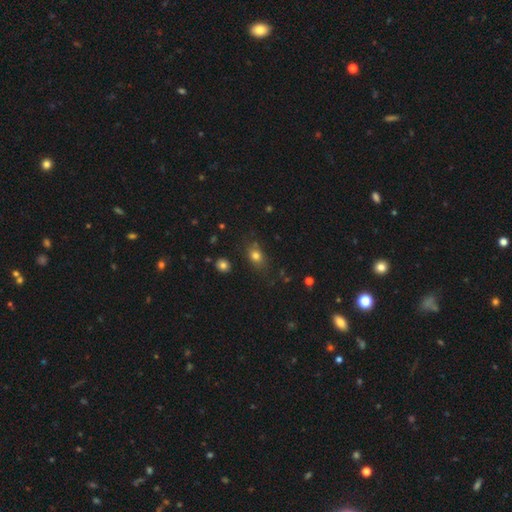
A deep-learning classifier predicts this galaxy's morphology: The model was most divided on "how rounded": in between: 64%, round: 34%, cigar-shaped: 3%. More confident: smooth or featured — smooth (77%); merging — none (74%).